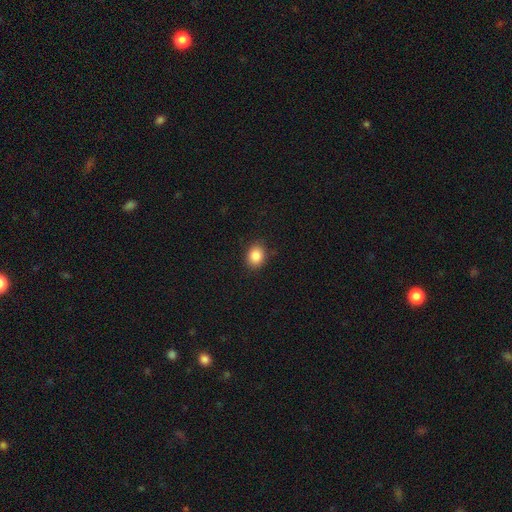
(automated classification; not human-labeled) The model was most divided on "how rounded": round: 54%, in between: 45%, cigar-shaped: 1%. More confident: merging — none (87%); smooth or featured — smooth (86%).